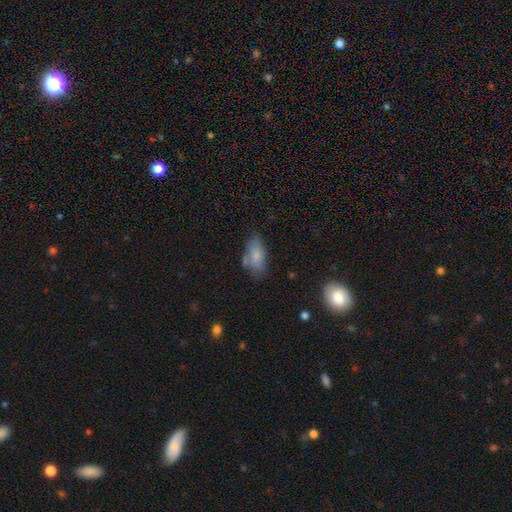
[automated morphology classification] Smooth or featured?
  - smooth: 75% *
  - featured or disk: 16%
  - star or artifact: 9%
How rounded?
  - in between: 88% *
  - cigar-shaped: 7%
  - round: 5%
Merging?
  - none: 53% *
  - minor disturbance: 25%
  - merger: 13%
  - major disturbance: 9%